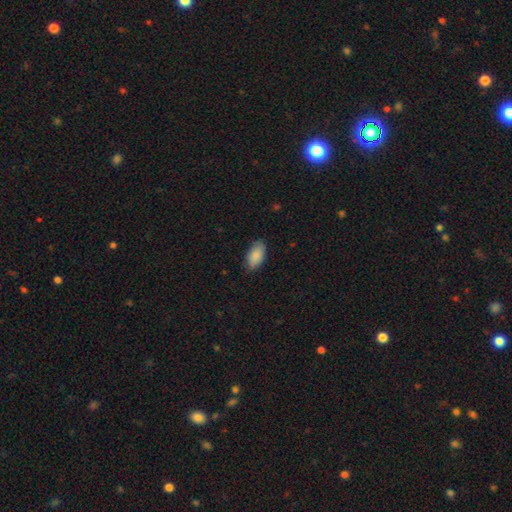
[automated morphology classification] smooth_or_featured: smooth (p=0.88) [alt: featured or disk p=0.06]
how_rounded: in between (p=0.94) [alt: round p=0.04]
merging: none (p=0.79) [alt: minor disturbance p=0.17]